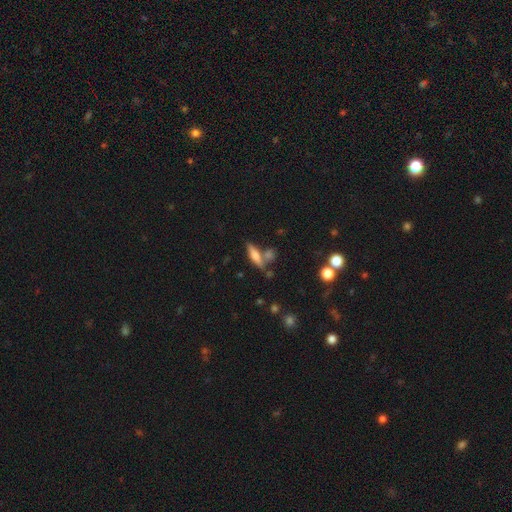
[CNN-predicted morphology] Smooth or featured?
  - smooth: 54% *
  - featured or disk: 37%
  - star or artifact: 10%
How rounded?
  - cigar-shaped: 63% *
  - in between: 34%
  - round: 3%
Merging?
  - none: 60% *
  - merger: 22%
  - minor disturbance: 13%
  - major disturbance: 5%